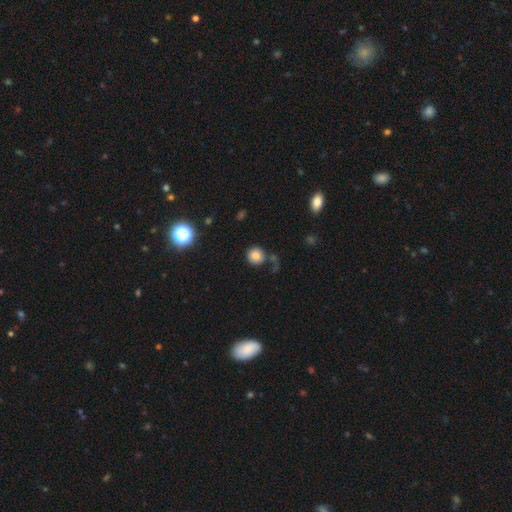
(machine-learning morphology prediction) Smooth or featured? Predicted: smooth (p=0.79). How rounded? Predicted: round (p=0.90). Merging? Predicted: none (p=0.73).